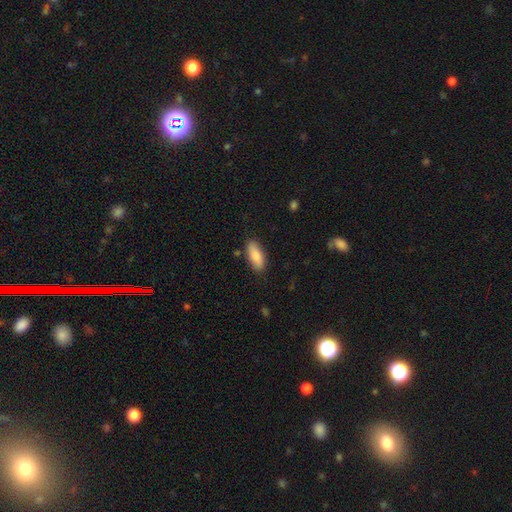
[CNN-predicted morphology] This is clearly a smooth galaxy (86%). How rounded: likely in between (78%). Merging: clearly none (84%).